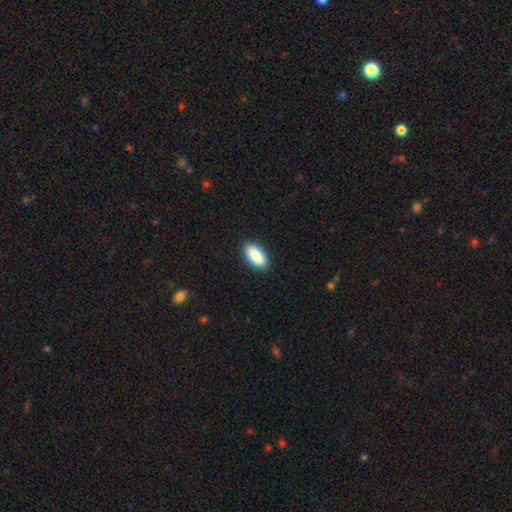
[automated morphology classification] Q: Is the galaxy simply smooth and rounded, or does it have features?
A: smooth — 89%.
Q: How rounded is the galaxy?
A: in between — 86%.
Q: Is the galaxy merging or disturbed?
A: none — 90%.